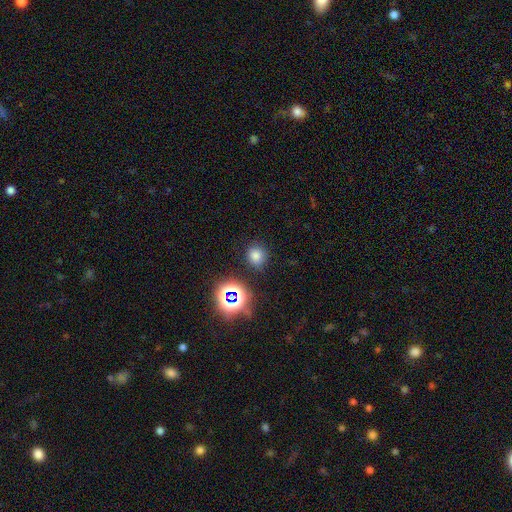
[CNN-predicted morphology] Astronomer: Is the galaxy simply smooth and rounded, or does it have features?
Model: smooth — 71%.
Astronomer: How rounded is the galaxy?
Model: round — 84%.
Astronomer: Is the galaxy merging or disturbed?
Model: none — 82%.